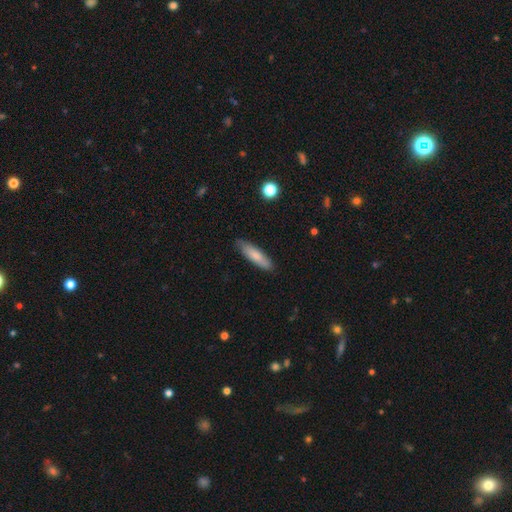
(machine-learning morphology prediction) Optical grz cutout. It shows a smooth galaxy with no disk features (76%) that is cigar-shaped (69%). Merging: none (83%).